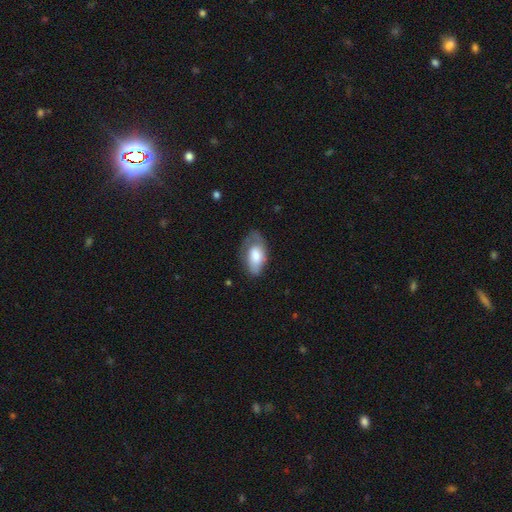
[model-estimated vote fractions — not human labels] A smooth galaxy with no disk features (67%) that is in between round and cigar-shaped (93%). Merging: none (44%).